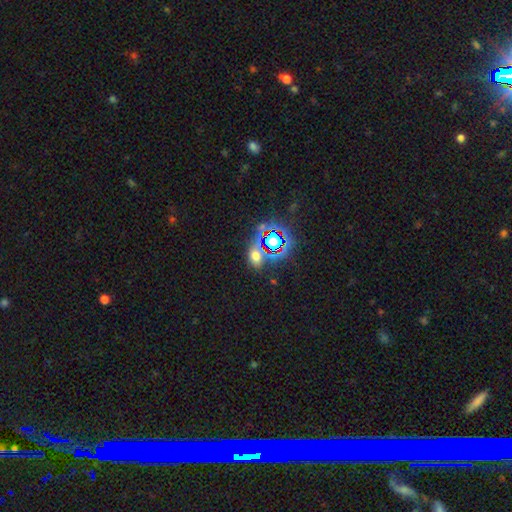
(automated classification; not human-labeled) The model was most divided on "smooth or featured": smooth: 50%, star or artifact: 41%, featured or disk: 9%. More confident: merging — none (68%).